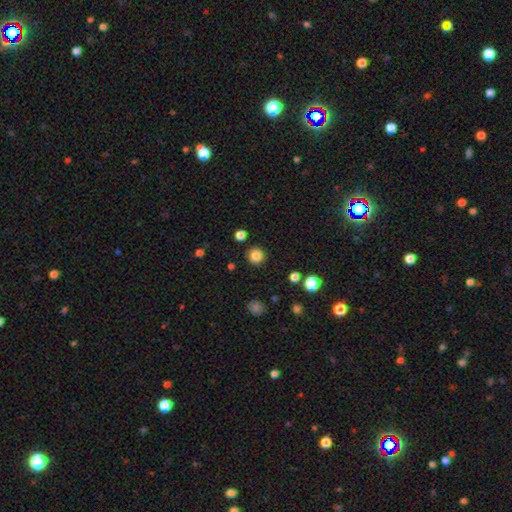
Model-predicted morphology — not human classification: This is clearly a smooth galaxy (84%). How rounded: clearly round (95%). Merging: clearly none (91%).